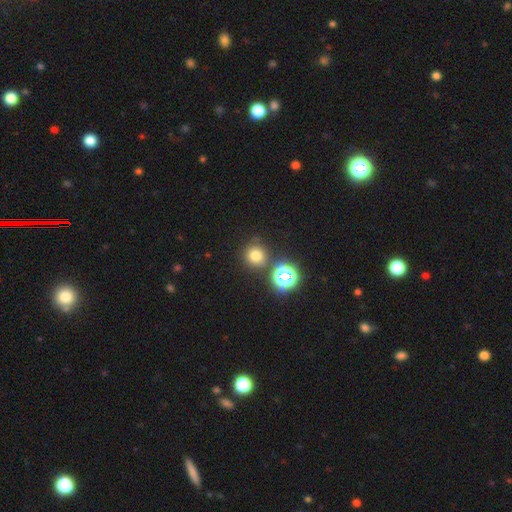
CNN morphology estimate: type=smooth (70%); roundness=round (91%); merging=none (77%).